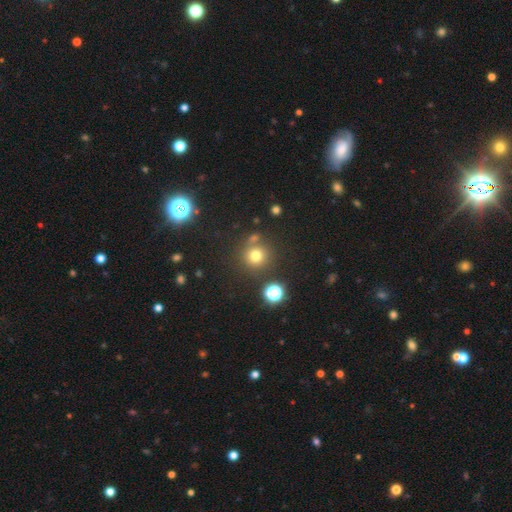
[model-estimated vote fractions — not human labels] Smooth or featured? smooth (73%)
How rounded? round (93%)
Merging? none (76%)